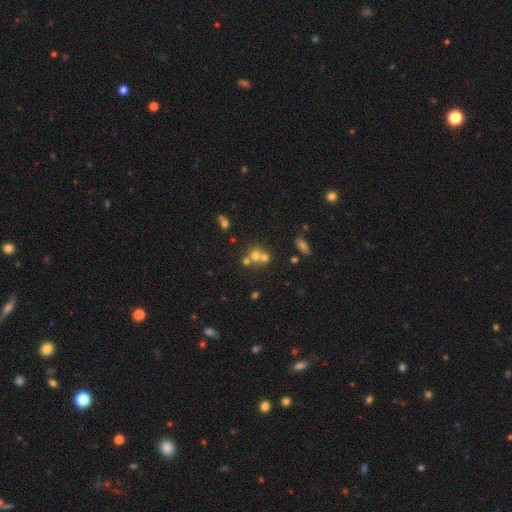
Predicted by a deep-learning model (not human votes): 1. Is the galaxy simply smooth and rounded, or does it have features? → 59% smooth, 21% featured or disk, 19% star or artifact.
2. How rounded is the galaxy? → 81% round, 18% in between, 1% cigar-shaped.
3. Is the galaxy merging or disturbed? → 52% merger, 38% none, 7% minor disturbance, 3% major disturbance.